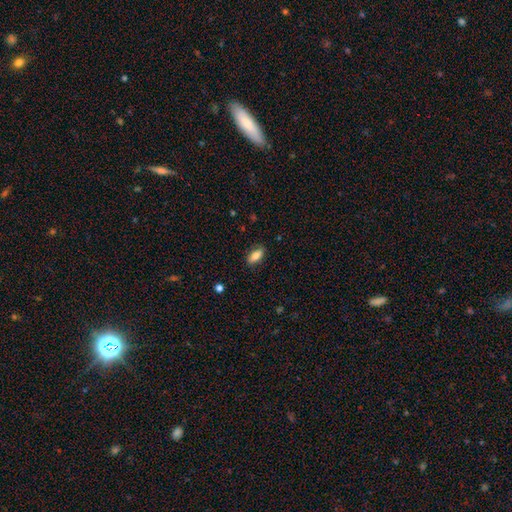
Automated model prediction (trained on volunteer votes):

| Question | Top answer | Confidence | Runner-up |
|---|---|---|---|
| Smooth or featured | smooth | 79% | featured or disk (14%) |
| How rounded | in between | 84% | cigar-shaped (12%) |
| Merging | none | 85% | minor disturbance (12%) |